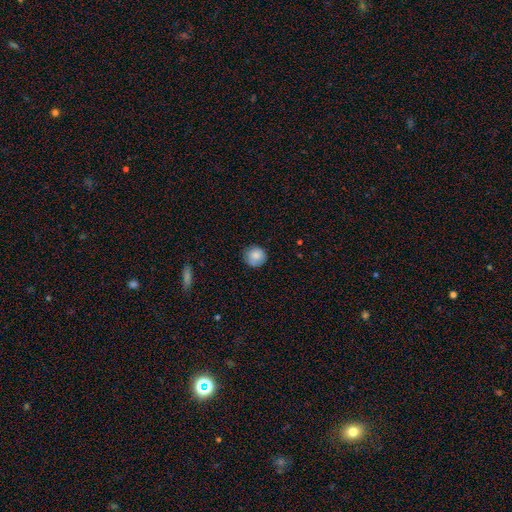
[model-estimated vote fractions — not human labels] Q: Smooth or featured?
A: smooth (84%); runner-up: star or artifact (8%)
Q: How rounded?
A: round (91%); runner-up: in between (8%)
Q: Merging?
A: none (81%); runner-up: minor disturbance (15%)